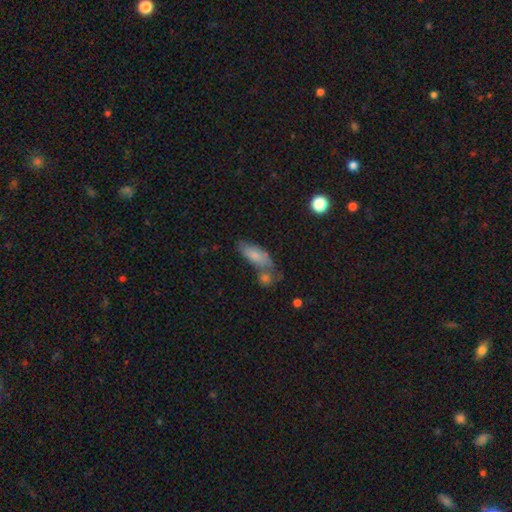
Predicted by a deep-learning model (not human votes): Q: Smooth or featured?
A: smooth (73%); runner-up: featured or disk (19%)
Q: How rounded?
A: in between (73%); runner-up: cigar-shaped (24%)
Q: Merging?
A: none (46%); runner-up: merger (25%)